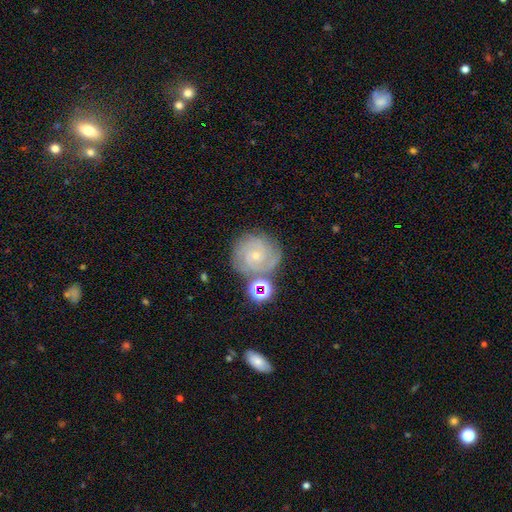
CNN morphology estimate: This is likely a featured or disk galaxy (74%). It is clearly not viewed edge-on (98%). Bar: likely no (76%). Spiral arm pattern: clearly yes (94%). Spiral arm count: marginally 2 (29%, tied with 3). Spiral winding: likely tight (68%). Central bulge: likely small (76%). Merging: likely none (68%).